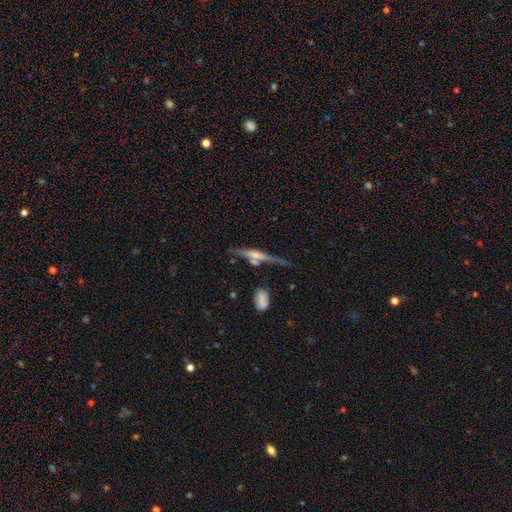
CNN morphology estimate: This appears to be a featured or disk galaxy (64%) viewed edge-on (95%) with a rounded central bulge (61%). Merging: none (68%).